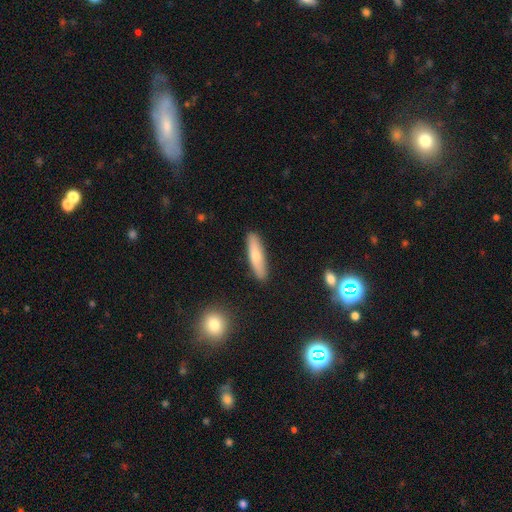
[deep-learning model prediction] A smooth galaxy with no disk features (68%) that is cigar-shaped (74%). Merging: none (89%).